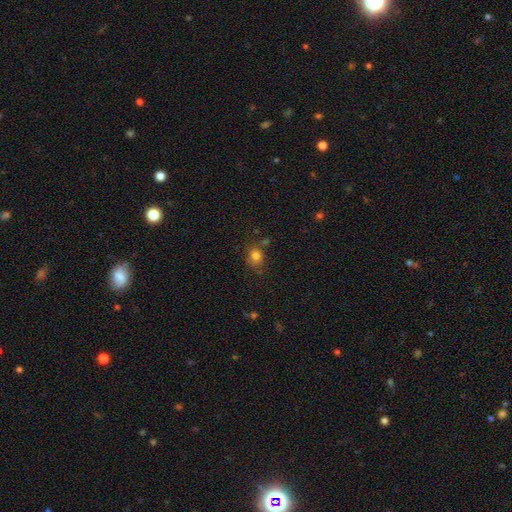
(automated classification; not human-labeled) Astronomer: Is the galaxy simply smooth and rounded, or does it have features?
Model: smooth — 79%.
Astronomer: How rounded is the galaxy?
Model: round — 58% (runner-up: in between, 40%).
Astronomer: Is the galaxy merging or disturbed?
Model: none — 68%.